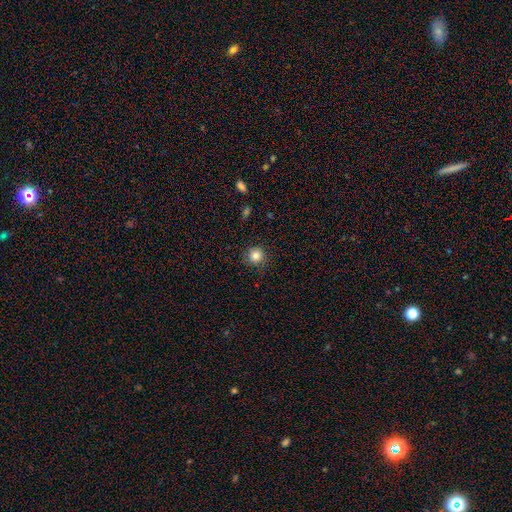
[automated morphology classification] type=smooth (83%); roundness=round (93%); merging=none (87%).